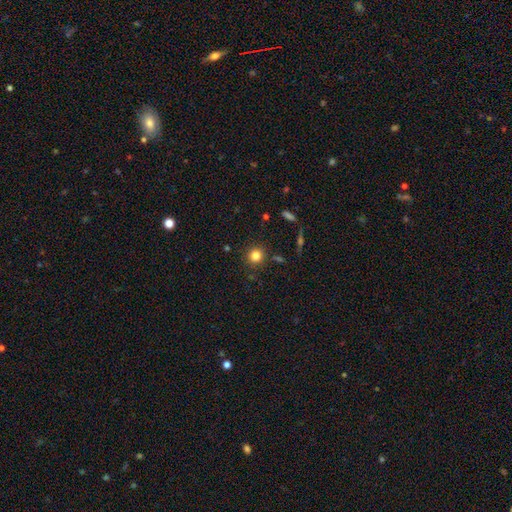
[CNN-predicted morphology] Smooth or featured? Predicted: smooth (p=0.82). How rounded? Predicted: round (p=0.89). Merging? Predicted: none (p=0.87).